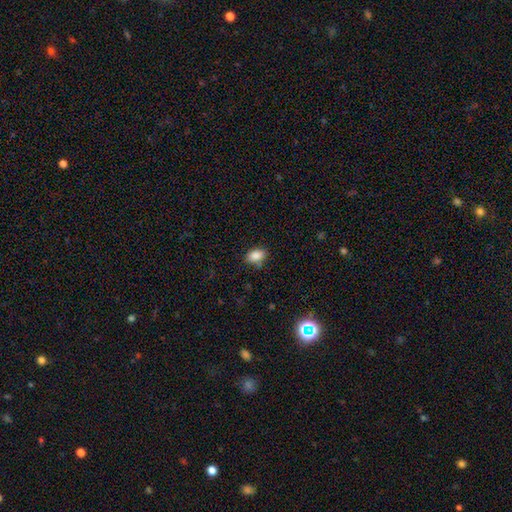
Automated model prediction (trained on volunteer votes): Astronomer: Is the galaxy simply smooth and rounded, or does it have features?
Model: smooth — 87%.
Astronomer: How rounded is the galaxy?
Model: in between — 85%.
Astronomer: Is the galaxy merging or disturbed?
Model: none — 79%.